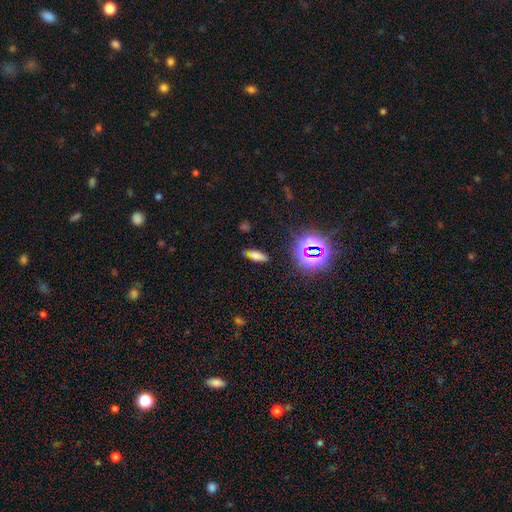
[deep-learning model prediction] A smooth galaxy with no disk features (67%) that is in between round and cigar-shaped (71%). Merging: none (76%).